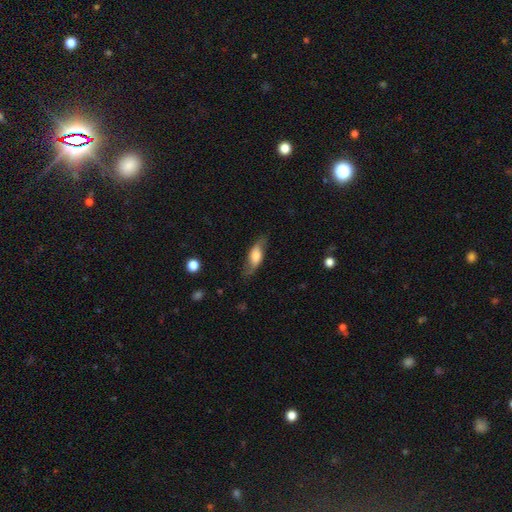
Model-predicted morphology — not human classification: Smooth or featured? Predicted: smooth (p=0.54). How rounded? Predicted: in between (p=0.70). Merging? Predicted: none (p=0.72).